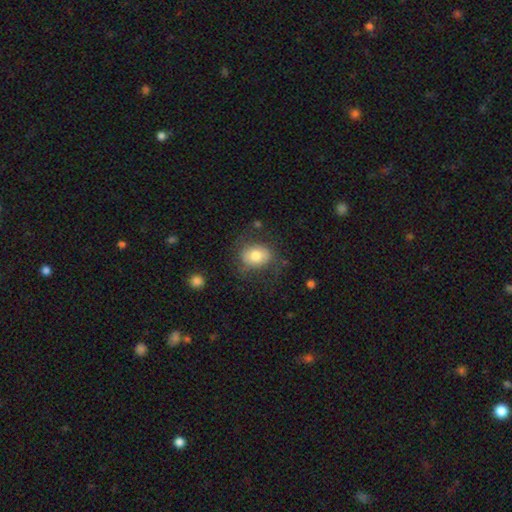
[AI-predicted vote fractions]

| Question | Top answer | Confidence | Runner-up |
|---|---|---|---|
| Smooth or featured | smooth | 71% | featured or disk (21%) |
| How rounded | round | 51% | in between (48%) |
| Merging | none | 62% | minor disturbance (21%) |